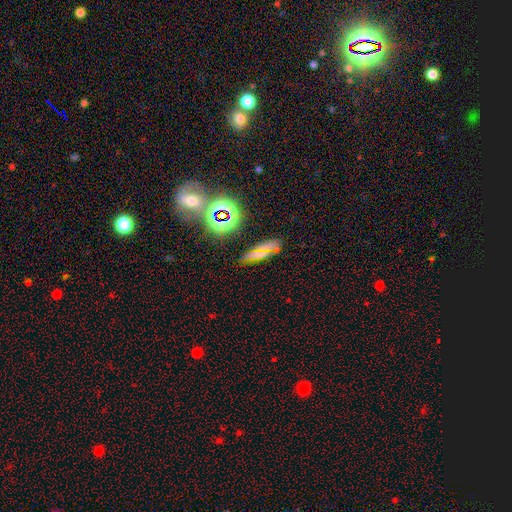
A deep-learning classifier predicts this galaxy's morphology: smooth-or-featured: smooth: 38% (tied) | star or artifact: 38% (tied) | featured or disk: 24%
  merging: none: 72% | minor disturbance: 14% | merger: 7% | major disturbance: 6%